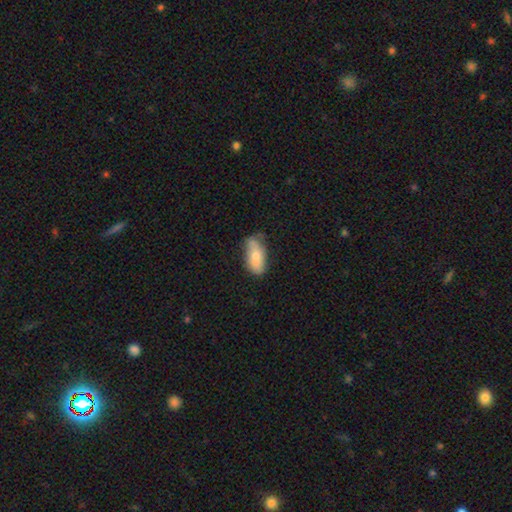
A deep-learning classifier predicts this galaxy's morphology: smooth_or_featured: smooth (p=0.68) [alt: featured or disk p=0.26]
how_rounded: in between (p=0.86) [alt: cigar-shaped p=0.11]
merging: none (p=0.60) [alt: minor disturbance p=0.30]